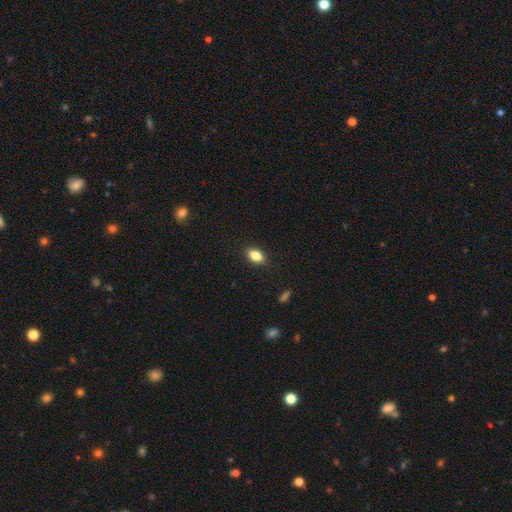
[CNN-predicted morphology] Q: Smooth or featured?
A: smooth (85%); runner-up: star or artifact (9%)
Q: How rounded?
A: in between (87%); runner-up: round (10%)
Q: Merging?
A: none (89%); runner-up: minor disturbance (8%)